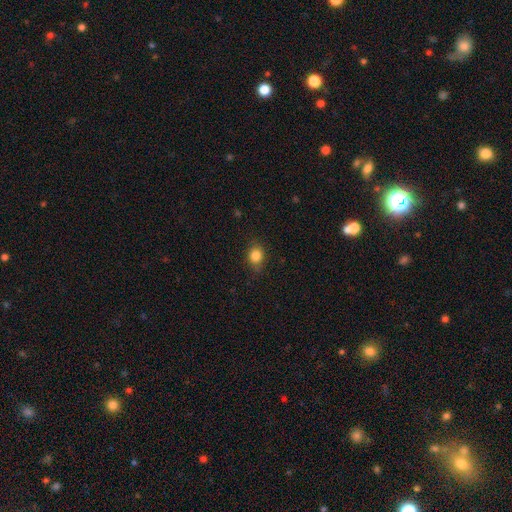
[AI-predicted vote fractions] Smooth or featured? smooth (84%)
How rounded? round (60%)
Merging? none (81%)